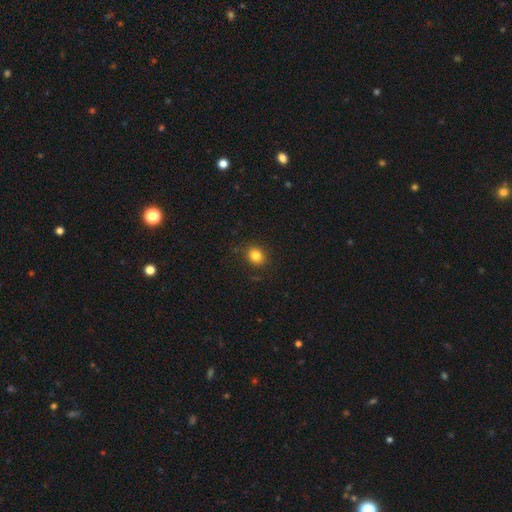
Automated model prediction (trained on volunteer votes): smooth_or_featured: smooth (p=0.83) [alt: star or artifact p=0.12]
how_rounded: round (p=0.72) [alt: in between p=0.27]
merging: none (p=0.87) [alt: minor disturbance p=0.09]